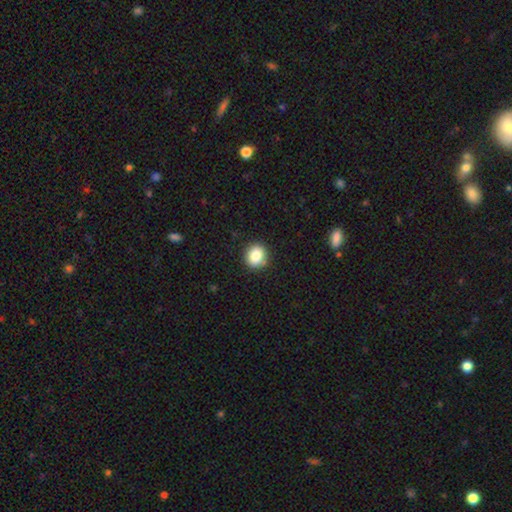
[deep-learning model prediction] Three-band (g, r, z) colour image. It shows a smooth galaxy with no disk features (85%) that is round (79%). Merging: none (88%).